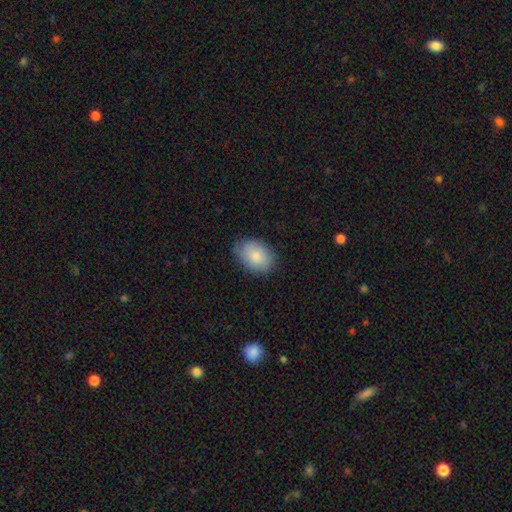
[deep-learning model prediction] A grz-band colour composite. It shows a smooth galaxy with no disk features (84%) that is in between round and cigar-shaped (79%). Merging: none (80%).